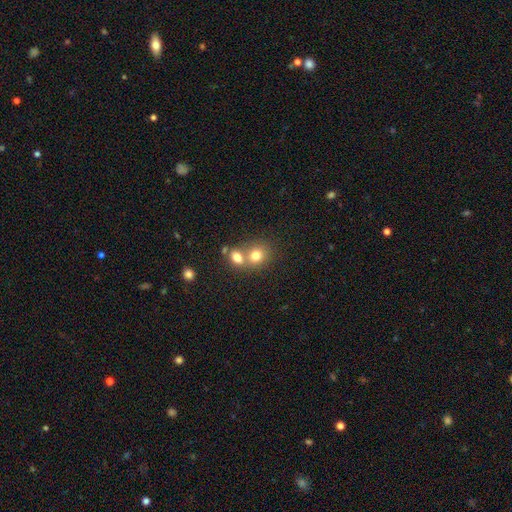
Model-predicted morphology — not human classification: type=smooth (77%); roundness=round (68%); merging=merger (56%).